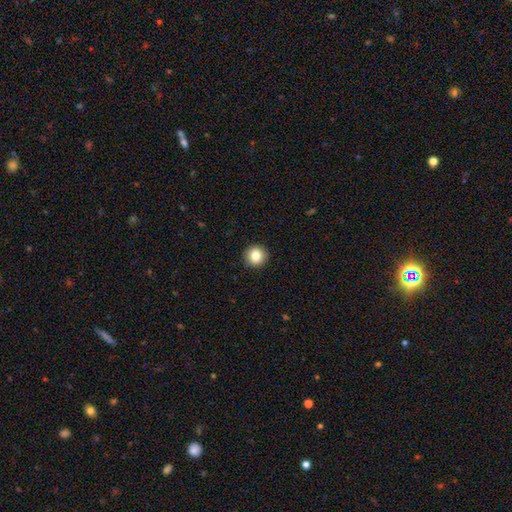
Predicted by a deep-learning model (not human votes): A smooth galaxy with no disk features (82%) that is round (93%).

Vote fractions:
- Smooth or featured? smooth: 82% / star or artifact: 10% / featured or disk: 8%
- How rounded? round: 93% / in between: 6% / cigar-shaped: 1%
- Merging? none: 92% / minor disturbance: 5% / major disturbance: 2% / merger: 1%